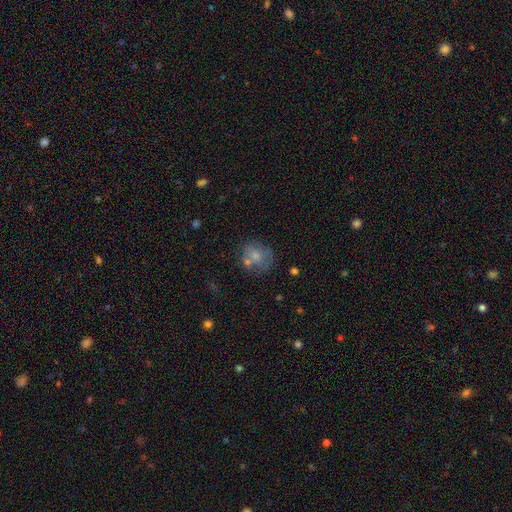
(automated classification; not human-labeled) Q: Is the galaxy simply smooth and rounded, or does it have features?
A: smooth — 67%.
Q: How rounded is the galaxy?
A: round — 70%.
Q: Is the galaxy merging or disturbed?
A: none — 49%.